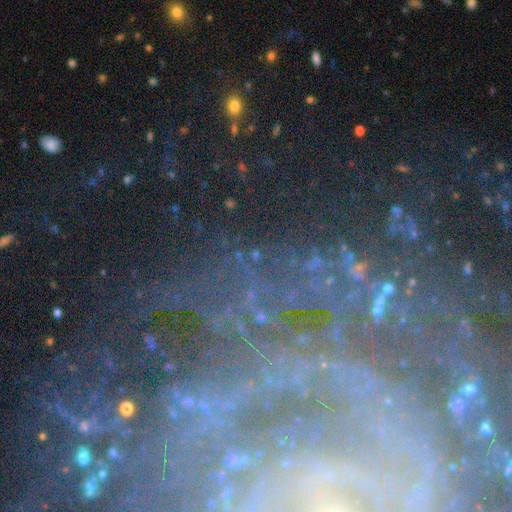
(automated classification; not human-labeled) This is possibly a star or artifact rather than a galaxy (54%).